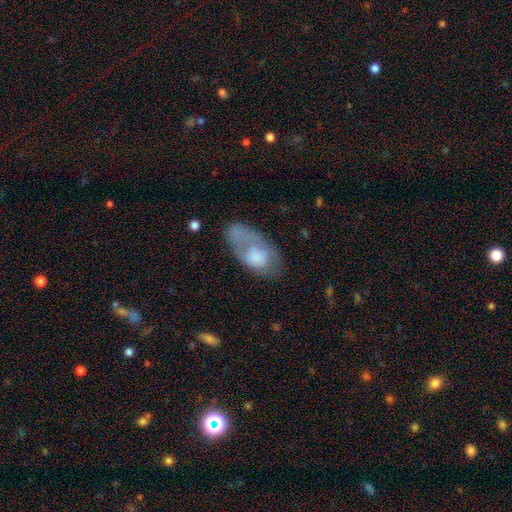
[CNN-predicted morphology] Smooth or featured? smooth (55%)
How rounded? in between (90%)
Merging? none (39%)